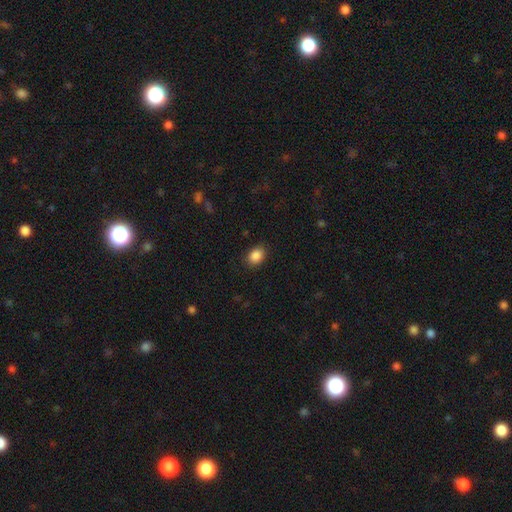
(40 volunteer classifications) Smooth or featured: smooth — 85% (star or artifact — 10%)
How rounded: in between — 65% (round — 29%)
Merging: none — 94% (minor disturbance — 6%)